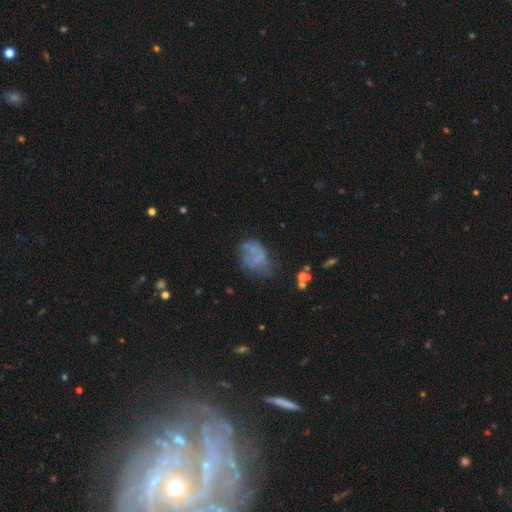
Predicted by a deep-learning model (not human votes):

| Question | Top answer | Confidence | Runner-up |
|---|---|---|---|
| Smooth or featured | smooth | 43% | featured or disk (42%) |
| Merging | none | 41% | minor disturbance (26%) |